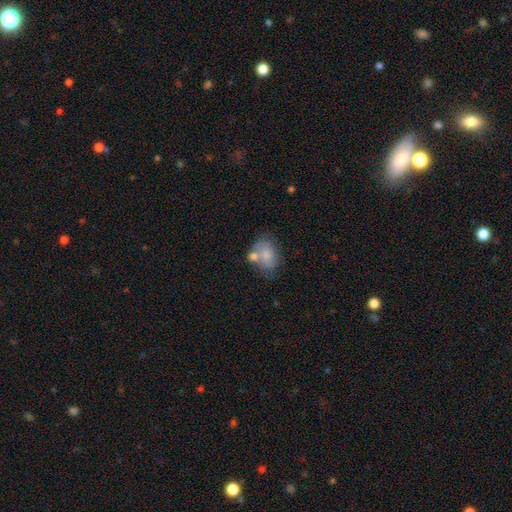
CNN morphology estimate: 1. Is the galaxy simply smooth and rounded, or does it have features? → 67% smooth, 22% featured or disk, 11% star or artifact.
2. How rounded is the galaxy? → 72% in between, 26% round, 1% cigar-shaped.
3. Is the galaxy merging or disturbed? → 46% none, 25% merger, 21% minor disturbance, 8% major disturbance.